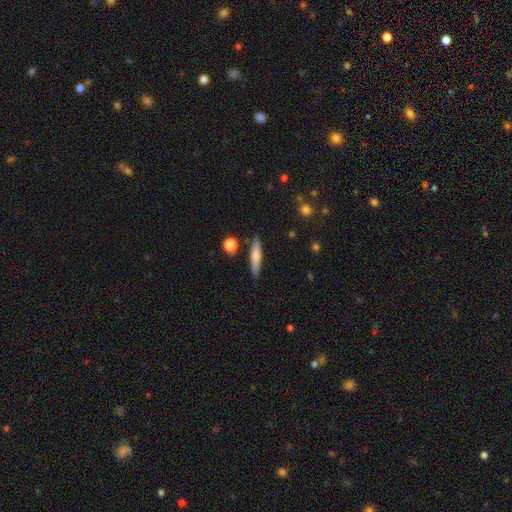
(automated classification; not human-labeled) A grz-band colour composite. It shows a smooth galaxy with no disk features (64%) that is cigar-shaped (86%). Merging: none (86%).